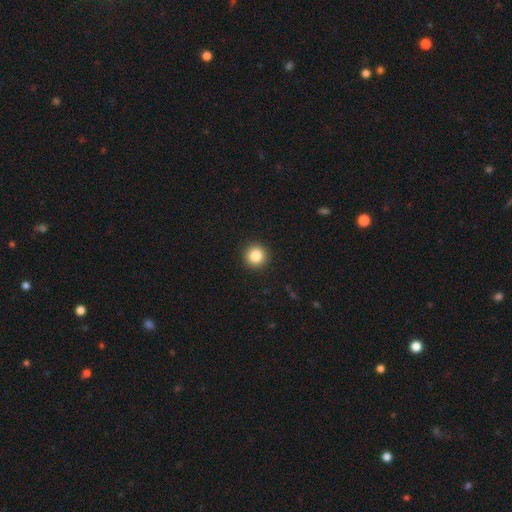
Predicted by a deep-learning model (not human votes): smooth-or-featured: smooth: 85% | star or artifact: 10% | featured or disk: 5%
  how-rounded: round: 95% | in between: 4% | cigar-shaped: 1%
  merging: none: 93% | minor disturbance: 5% | major disturbance: 2% | merger: 1%